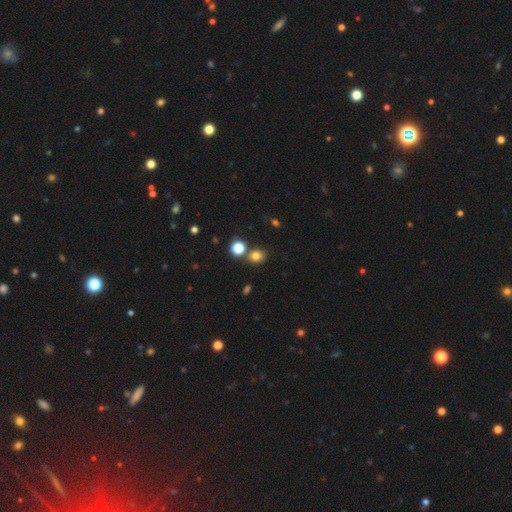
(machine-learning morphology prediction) Overall: smooth (78%). How rounded: round (70%). Merging: none (74%).